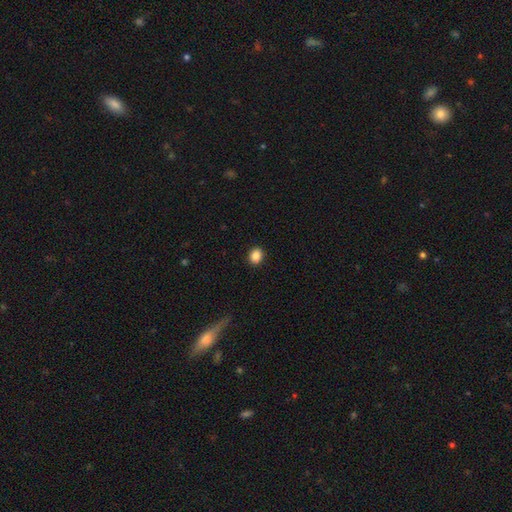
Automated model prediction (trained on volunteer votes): Smooth or featured?
  - smooth: 87% *
  - star or artifact: 9%
  - featured or disk: 3%
How rounded?
  - round: 61% *
  - in between: 38%
  - cigar-shaped: 1%
Merging?
  - none: 91% *
  - minor disturbance: 6%
  - major disturbance: 2%
  - merger: 1%